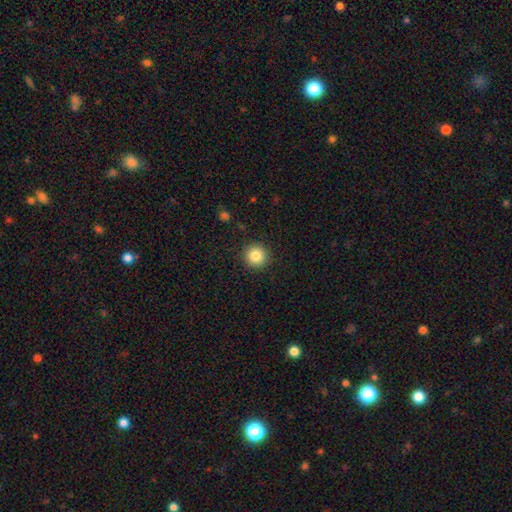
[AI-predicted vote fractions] This appears to be a smooth galaxy with no disk features (85%) that is round (95%). Merging: none (92%).